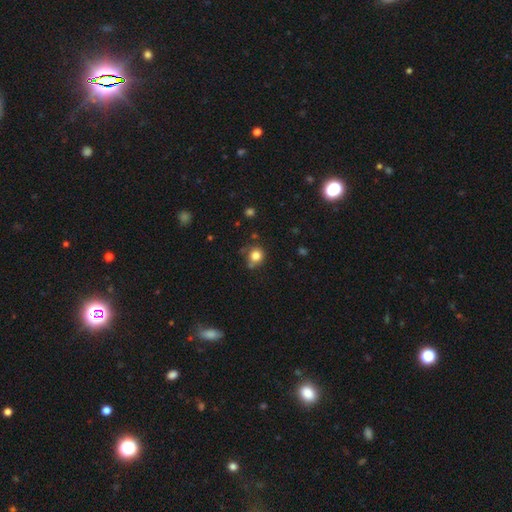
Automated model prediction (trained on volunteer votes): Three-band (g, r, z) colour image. It shows a smooth galaxy with no disk features (81%) that is round (85%). Merging: none (66%).